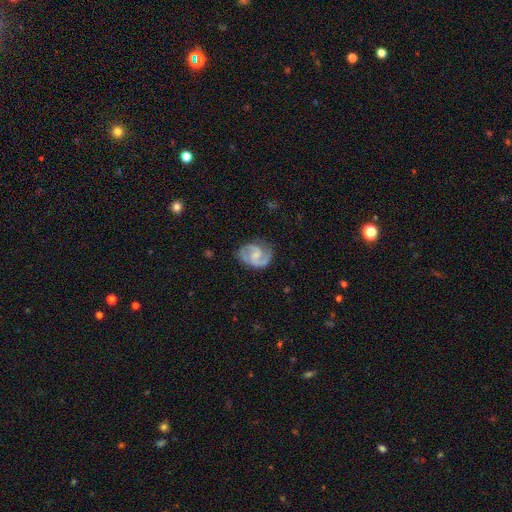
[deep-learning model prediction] smooth-or-featured: featured or disk: 88% | smooth: 7% | star or artifact: 4%
  disk-edge-on: no: 98% | yes: 2%
    bar: weak: 48% | no: 41% | strong: 11%
    has-spiral-arms: yes: 98% | no: 2%
      spiral-winding: medium: 57% | tight: 30% | loose: 14%
      spiral-arm-count: 2: 91% | can't tell: 3% | 3: 2% | 1: 2% | 4: 1% | more than 4: 1%
    bulge-size: small: 45% | none: 27% | moderate: 25% | large: 2% | dominant: 1%
  merging: none: 76% | minor disturbance: 17% | major disturbance: 6% | merger: 1%